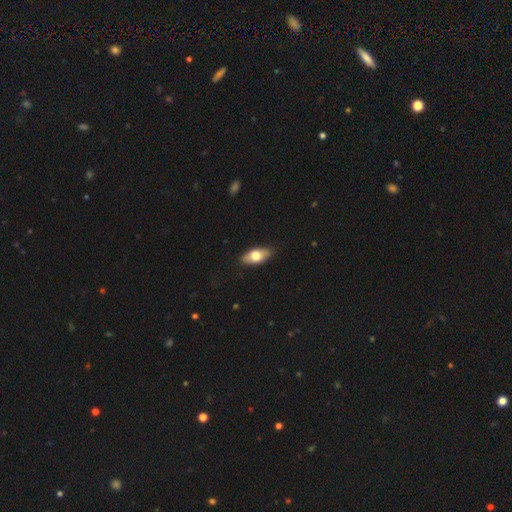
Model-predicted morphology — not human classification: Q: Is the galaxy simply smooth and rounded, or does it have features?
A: smooth — 67%.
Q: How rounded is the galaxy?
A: in between — 87%.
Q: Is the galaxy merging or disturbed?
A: none — 86%.